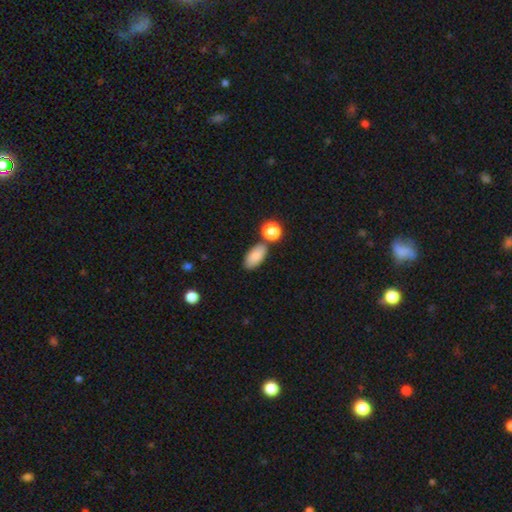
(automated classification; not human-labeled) Smooth or featured?
  - smooth: 84% *
  - featured or disk: 8%
  - star or artifact: 8%
How rounded?
  - in between: 91% *
  - round: 5%
  - cigar-shaped: 4%
Merging?
  - none: 71% *
  - merger: 13%
  - minor disturbance: 13%
  - major disturbance: 3%